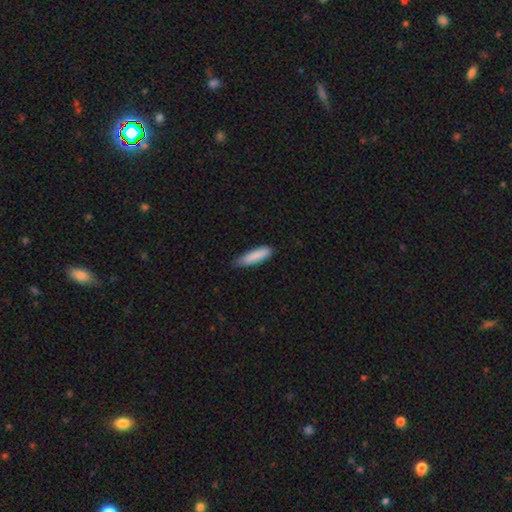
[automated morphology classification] smooth_or_featured: smooth (p=0.87) [alt: featured or disk p=0.07]
how_rounded: cigar-shaped (p=0.67) [alt: in between p=0.31]
merging: none (p=0.69) [alt: minor disturbance p=0.27]